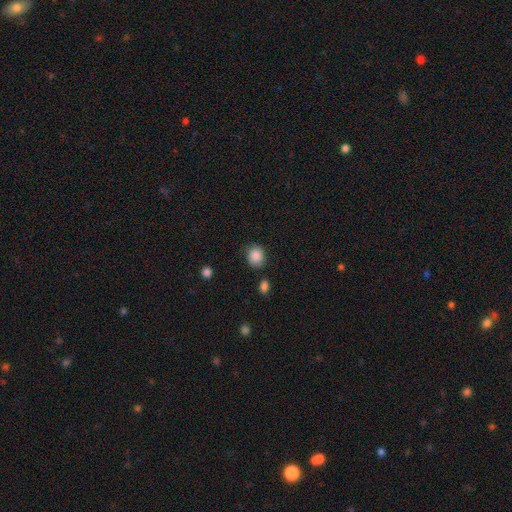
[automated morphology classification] smooth-or-featured: smooth: 87% | star or artifact: 8% | featured or disk: 4%
  how-rounded: round: 70% | in between: 29% | cigar-shaped: 1%
  merging: none: 80% | minor disturbance: 13% | major disturbance: 3% | merger: 3%